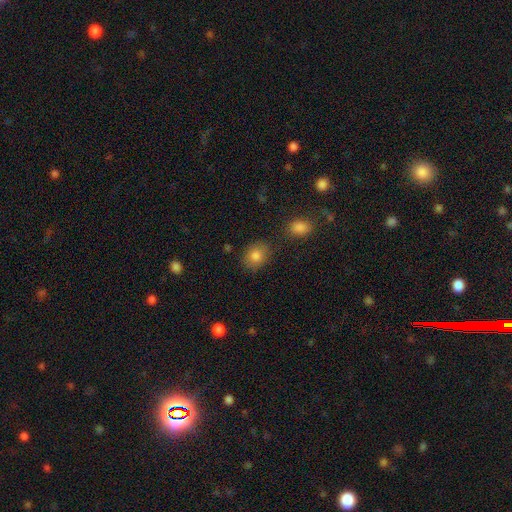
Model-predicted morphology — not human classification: The model was most divided on "how rounded": in between: 51%, round: 48%, cigar-shaped: 1%. More confident: smooth or featured — smooth (83%); merging — none (77%).